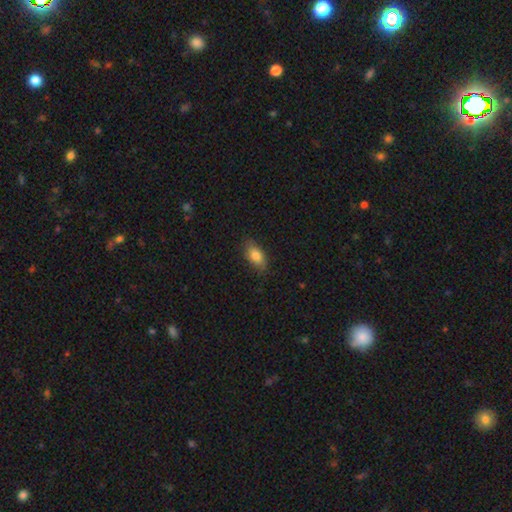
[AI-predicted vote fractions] Q: Smooth or featured?
A: smooth (82%); runner-up: featured or disk (11%)
Q: How rounded?
A: in between (87%); runner-up: cigar-shaped (8%)
Q: Merging?
A: none (82%); runner-up: minor disturbance (15%)